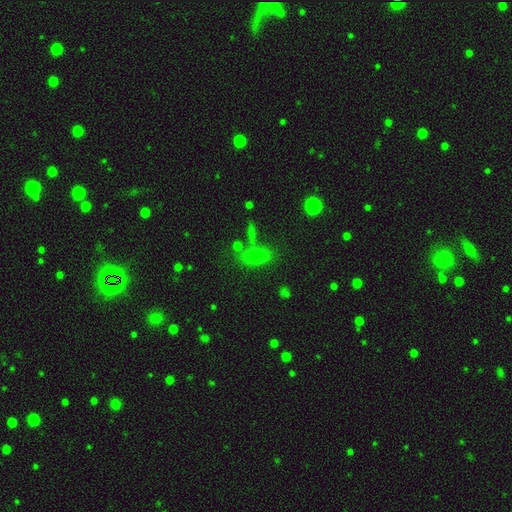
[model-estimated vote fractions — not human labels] Smooth or featured?
  - smooth: 71% *
  - featured or disk: 15%
  - star or artifact: 14%
How rounded?
  - in between: 74% *
  - round: 16%
  - cigar-shaped: 10%
Merging?
  - none: 67% *
  - merger: 14%
  - minor disturbance: 14%
  - major disturbance: 6%